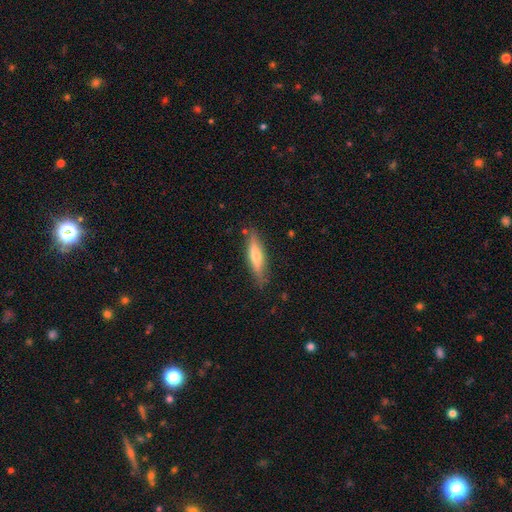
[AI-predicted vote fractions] The model was most divided on "smooth or featured": smooth: 52%, featured or disk: 42%, star or artifact: 6%. More confident: merging — none (83%); how rounded — cigar-shaped (74%).